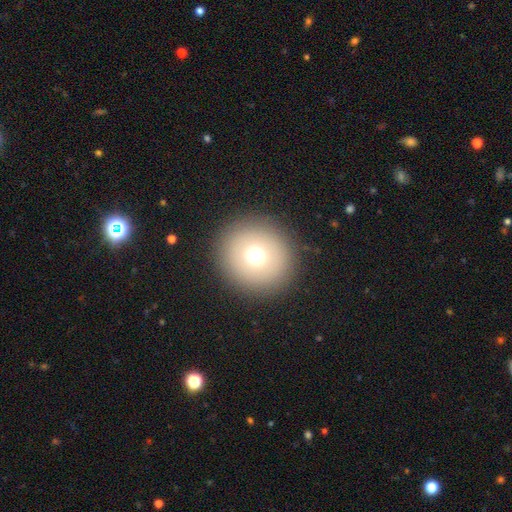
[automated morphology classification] Smooth or featured? Predicted: smooth (p=0.69). How rounded? Predicted: round (p=0.92). Merging? Predicted: none (p=0.91).